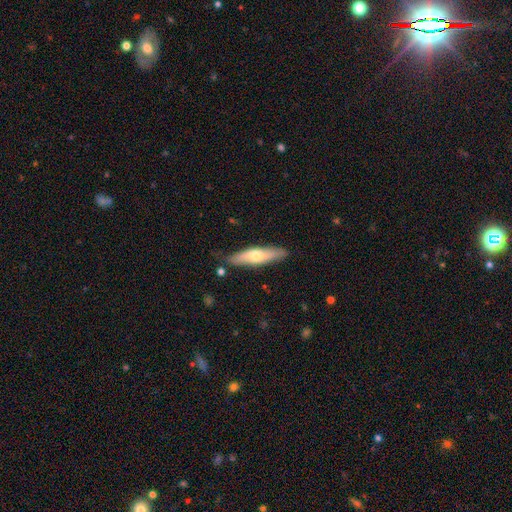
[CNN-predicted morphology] Smooth or featured?
  - smooth: 54% *
  - featured or disk: 40%
  - star or artifact: 6%
How rounded?
  - cigar-shaped: 69% *
  - in between: 29%
  - round: 2%
Merging?
  - none: 80% *
  - minor disturbance: 15%
  - major disturbance: 3%
  - merger: 2%